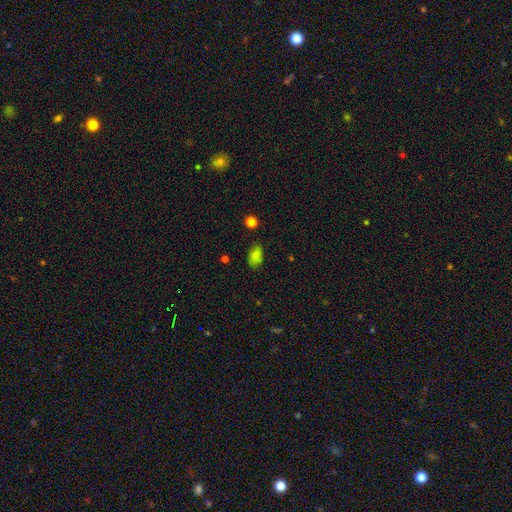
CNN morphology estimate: smooth 82%, star or artifact 12%, featured or disk 6%. Down the decision tree: how rounded — in between (90%); merging — none (78%).